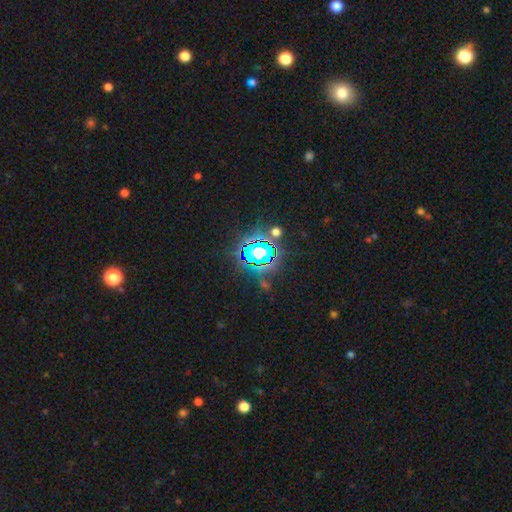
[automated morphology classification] Q: Smooth or featured?
A: star or artifact (74%); runner-up: smooth (14%)